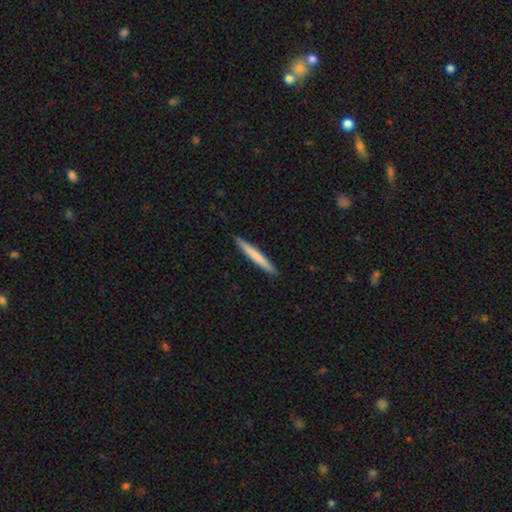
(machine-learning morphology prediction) A smooth galaxy with no disk features (70%) that is cigar-shaped (97%).

Vote fractions:
- Smooth or featured? smooth: 70% / featured or disk: 25% / star or artifact: 5%
- How rounded? cigar-shaped: 97% / in between: 2% / round: 1%
- Merging? none: 92% / minor disturbance: 6% / major disturbance: 1% / merger: 1%